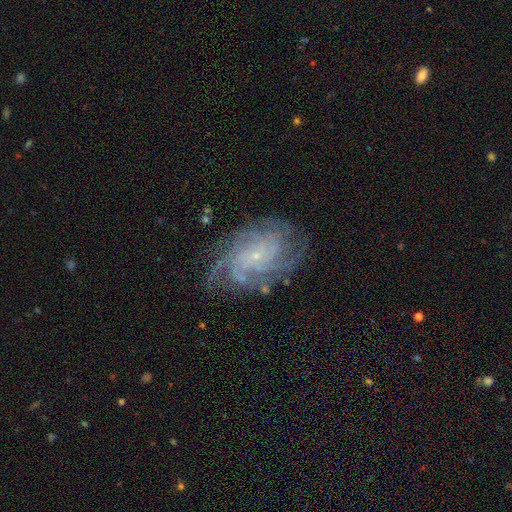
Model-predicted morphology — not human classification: Smooth or featured? Predicted: featured or disk (p=0.86). Edge-on disk? Predicted: no (p=0.97). Bar? Predicted: no (p=0.74). Spiral arms? Predicted: yes (p=0.97). Spiral winding? Predicted: tight (p=0.64). Spiral arm count? Predicted: 4 (p=0.30). Bulge size? Predicted: small (p=0.87). Merging? Predicted: none (p=0.73).